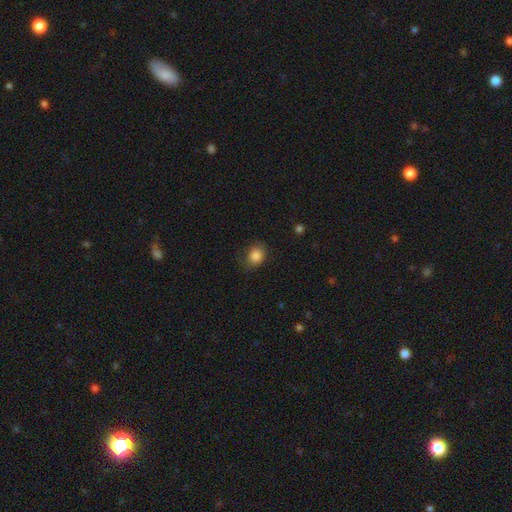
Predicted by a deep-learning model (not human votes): The model was most divided on "how rounded": round: 60%, in between: 39%, cigar-shaped: 1%. More confident: smooth or featured — smooth (86%); merging — none (75%).